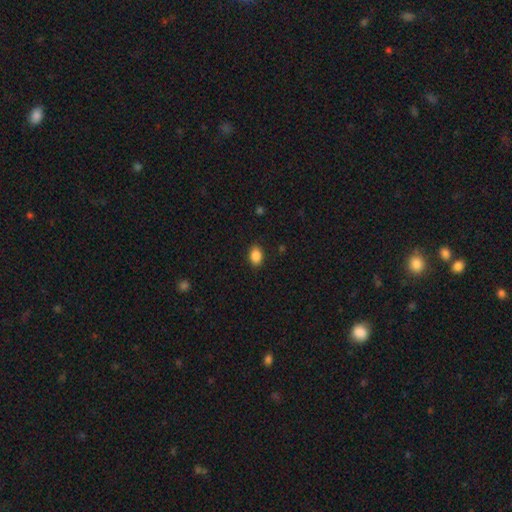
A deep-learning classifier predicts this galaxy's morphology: smooth_or_featured: smooth (p=0.88) [alt: star or artifact p=0.09]
how_rounded: in between (p=0.79) [alt: round p=0.20]
merging: none (p=0.88) [alt: minor disturbance p=0.08]